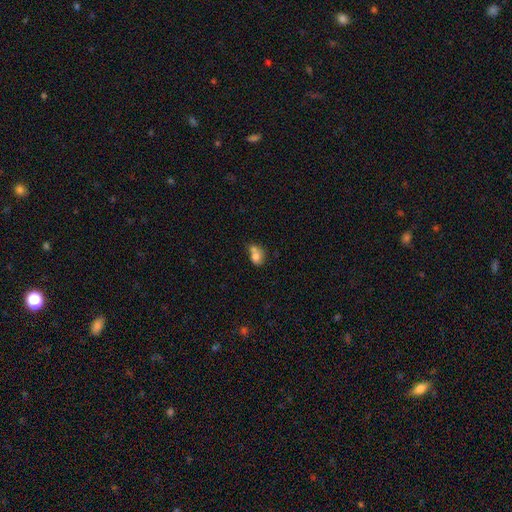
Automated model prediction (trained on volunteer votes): A smooth galaxy with no disk features (74%) that is in between round and cigar-shaped (50%). Merging: merger (59%).